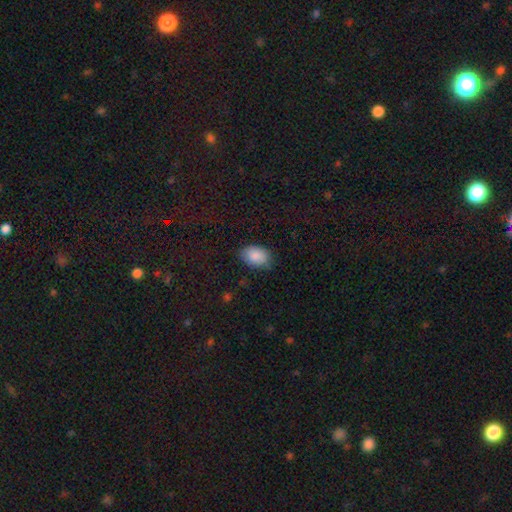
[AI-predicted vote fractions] smooth 88%, star or artifact 7%, featured or disk 5%. Down the decision tree: how rounded — in between (83%); merging — none (78%).